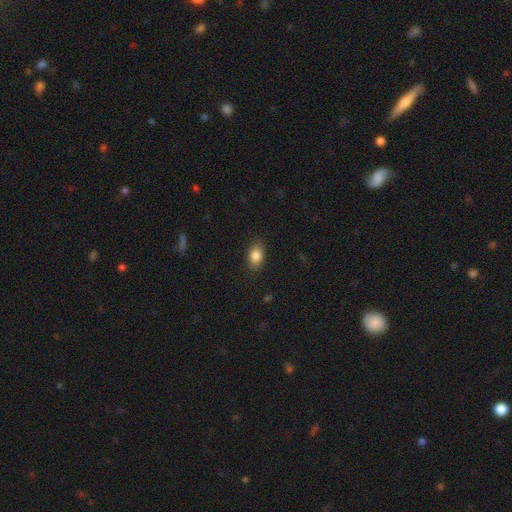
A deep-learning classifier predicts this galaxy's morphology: The model was most divided on "how rounded": in between: 85%, round: 13%, cigar-shaped: 2%. More confident: merging — none (86%); smooth or featured — smooth (84%).